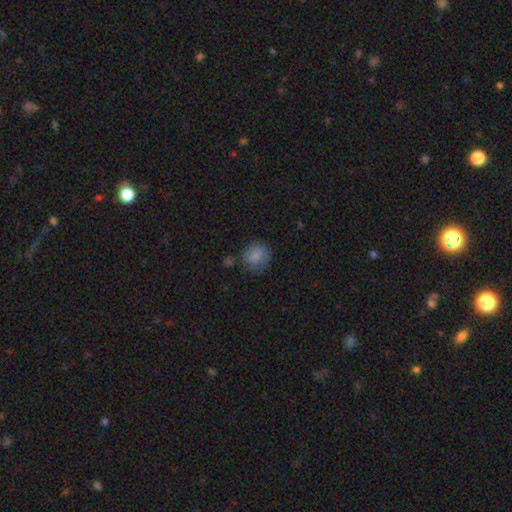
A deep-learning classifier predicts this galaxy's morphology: This appears to be a smooth galaxy with no disk features (83%) that is round (78%). Merging: none (67%).